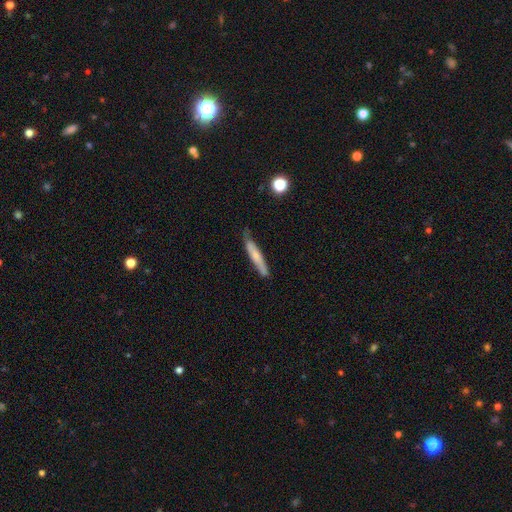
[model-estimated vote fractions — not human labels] Smooth or featured? Predicted: smooth (p=0.61). How rounded? Predicted: cigar-shaped (p=0.93). Merging? Predicted: none (p=0.71).